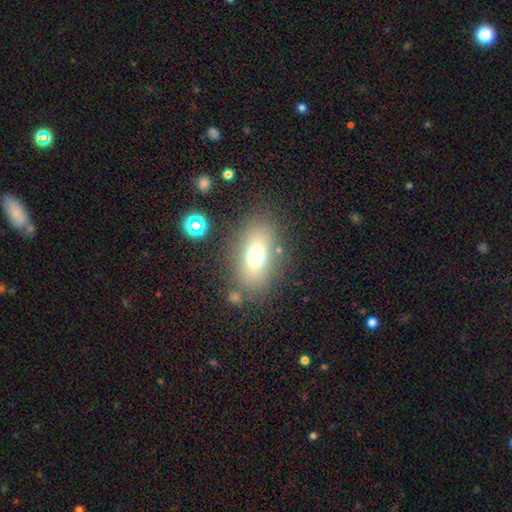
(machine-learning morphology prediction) type=smooth (69%); roundness=in between (82%); merging=none (77%).